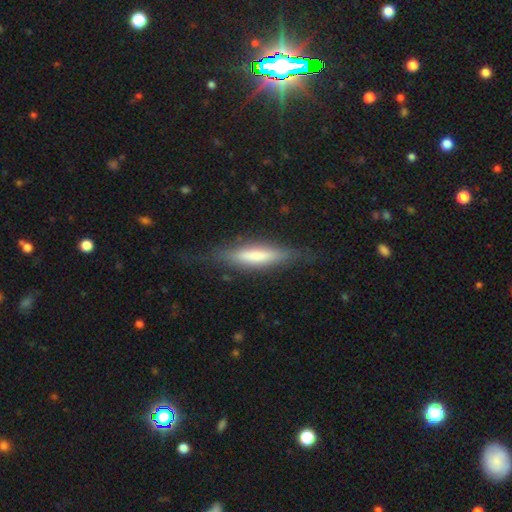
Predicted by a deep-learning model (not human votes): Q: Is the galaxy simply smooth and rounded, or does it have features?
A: smooth — 58%.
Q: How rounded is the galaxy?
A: cigar-shaped — 78%.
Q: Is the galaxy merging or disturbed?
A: none — 76%.